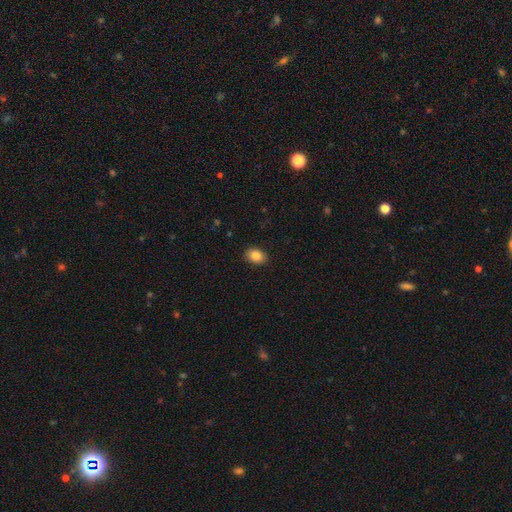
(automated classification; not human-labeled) The model was most divided on "how rounded": in between: 73%, round: 26%, cigar-shaped: 1%. More confident: merging — none (89%); smooth or featured — smooth (88%).